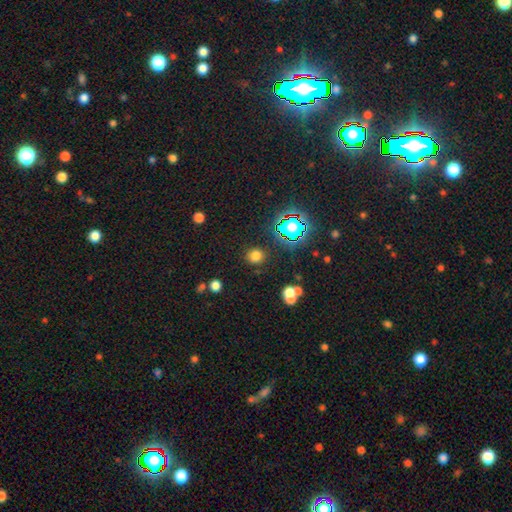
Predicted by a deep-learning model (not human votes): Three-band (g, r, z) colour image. It shows a smooth galaxy with no disk features (72%) that is round (85%). Merging: none (84%).